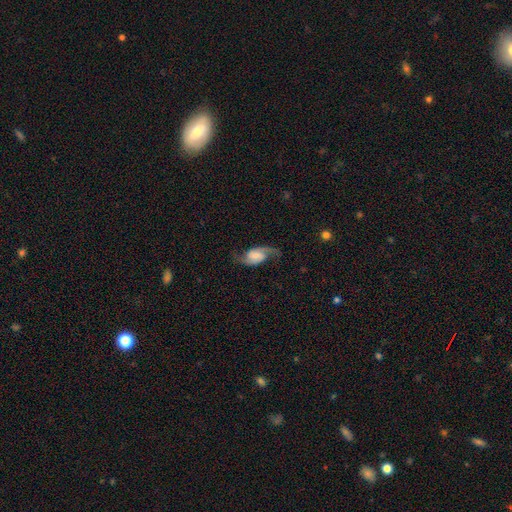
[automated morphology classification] type=featured or disk (84%); edge-on=no (97%); bar=weak (47%); spiral arms=yes (97%); winding=loose (48%); arm count=2 (93%); bulge=small (38%); merging=none (75%).